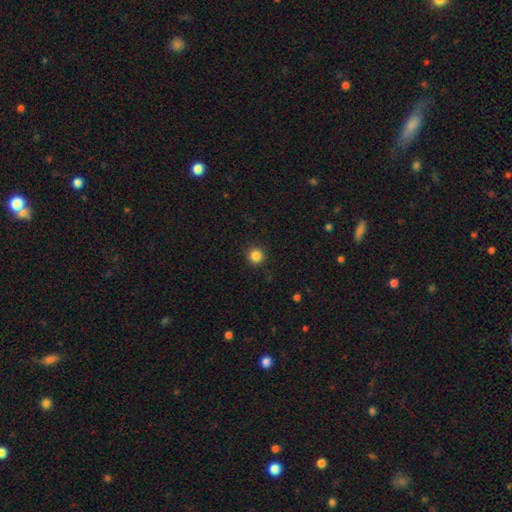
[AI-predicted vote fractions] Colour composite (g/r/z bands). It shows a smooth galaxy with no disk features (85%) that is round (95%). Merging: none (92%).